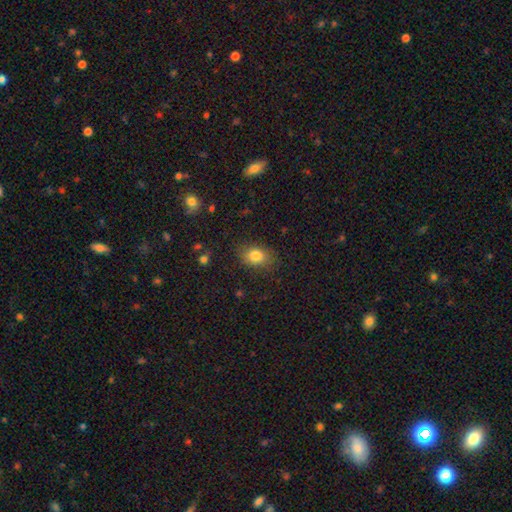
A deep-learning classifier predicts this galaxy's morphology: Smooth or featured? Predicted: smooth (p=0.82). How rounded? Predicted: in between (p=0.69). Merging? Predicted: none (p=0.79).